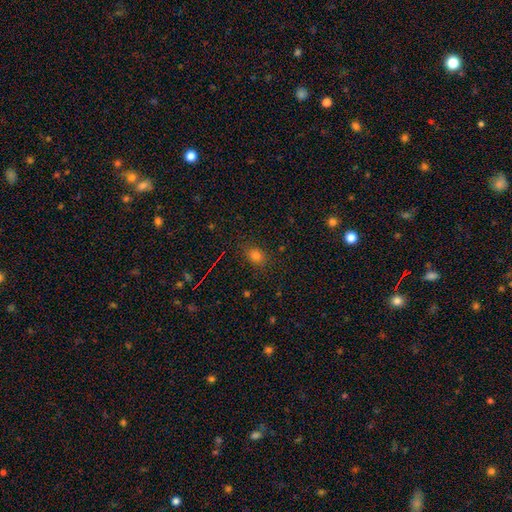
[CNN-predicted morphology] This appears to be a smooth galaxy with no disk features (75%) that is round (53%). Merging: none (84%).